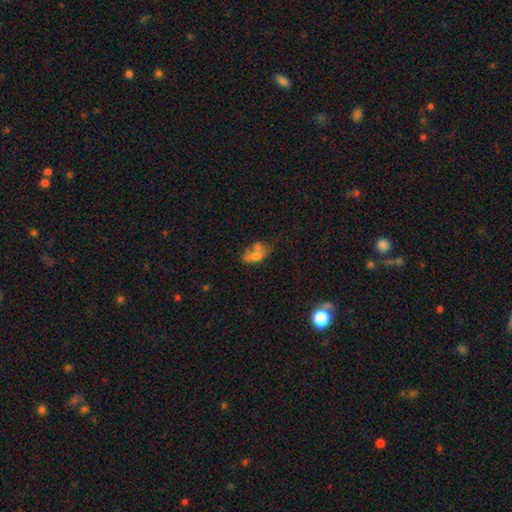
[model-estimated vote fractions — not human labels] Morphology: type=smooth (59%); roundness=in between (80%); merging=merger (37%).